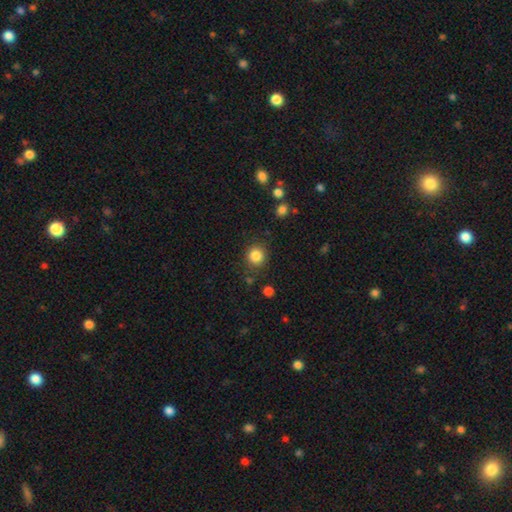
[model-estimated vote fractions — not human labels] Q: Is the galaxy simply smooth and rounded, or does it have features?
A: smooth — 85%.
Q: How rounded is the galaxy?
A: round — 91%.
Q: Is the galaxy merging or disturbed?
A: none — 86%.